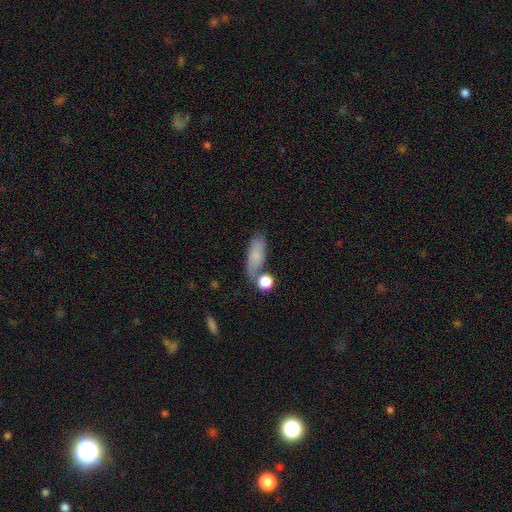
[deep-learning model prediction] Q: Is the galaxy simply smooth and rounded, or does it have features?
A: smooth — 74%.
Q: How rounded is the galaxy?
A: in between — 72%.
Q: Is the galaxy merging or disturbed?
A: none — 57%.